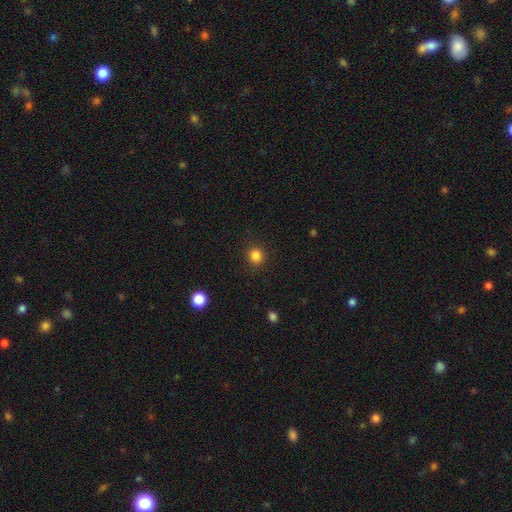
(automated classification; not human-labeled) Q: Smooth or featured?
A: smooth (84%); runner-up: star or artifact (12%)
Q: How rounded?
A: round (92%); runner-up: in between (7%)
Q: Merging?
A: none (91%); runner-up: minor disturbance (6%)